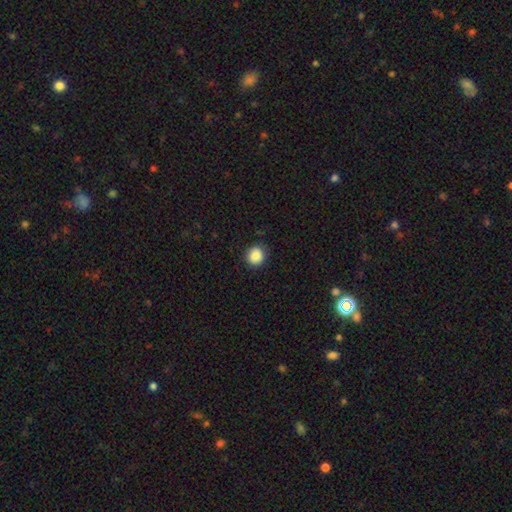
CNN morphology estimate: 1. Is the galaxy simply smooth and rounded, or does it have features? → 88% smooth, 9% star or artifact, 3% featured or disk.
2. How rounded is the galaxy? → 86% round, 14% in between, 1% cigar-shaped.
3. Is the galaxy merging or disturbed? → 89% none, 8% minor disturbance, 2% major disturbance, 1% merger.